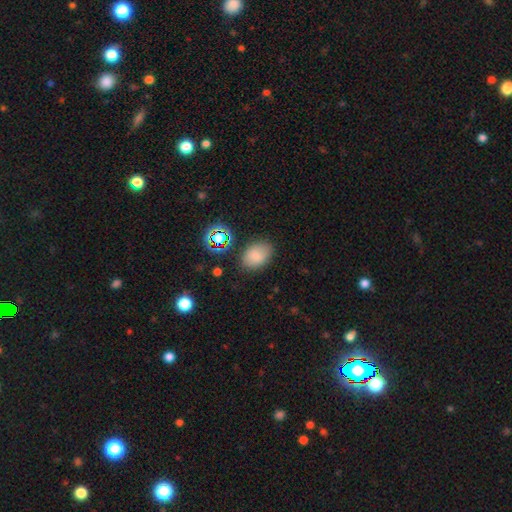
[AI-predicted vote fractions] Smooth or featured? smooth (78%)
How rounded? in between (79%)
Merging? none (81%)